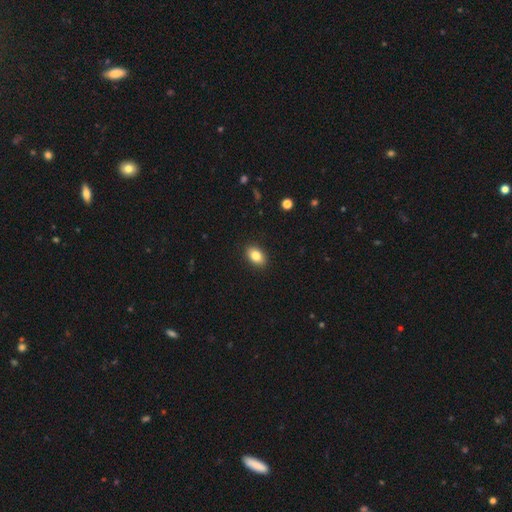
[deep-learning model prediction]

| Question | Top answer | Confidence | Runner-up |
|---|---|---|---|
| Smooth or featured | smooth | 83% | featured or disk (9%) |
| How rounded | in between | 87% | round (12%) |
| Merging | none | 90% | minor disturbance (7%) |